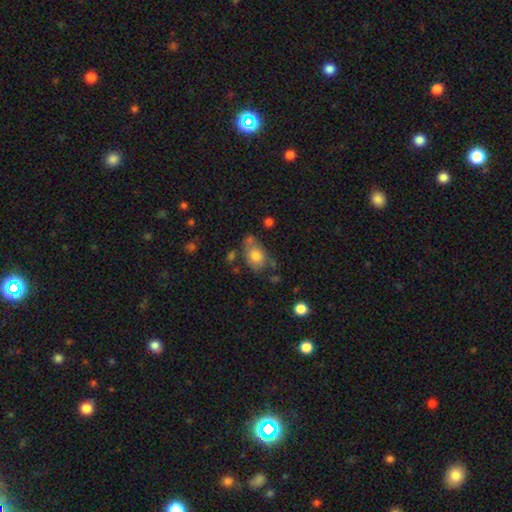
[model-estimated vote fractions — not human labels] Morphology: type=smooth (76%); roundness=in between (73%); merging=none (53%).